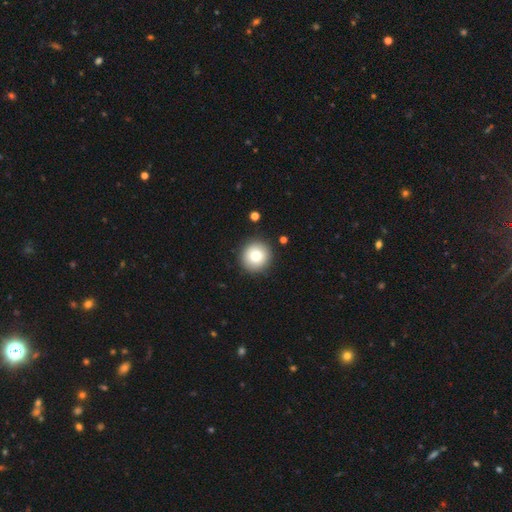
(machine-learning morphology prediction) Smooth or featured? smooth (77%)
How rounded? round (94%)
Merging? none (90%)